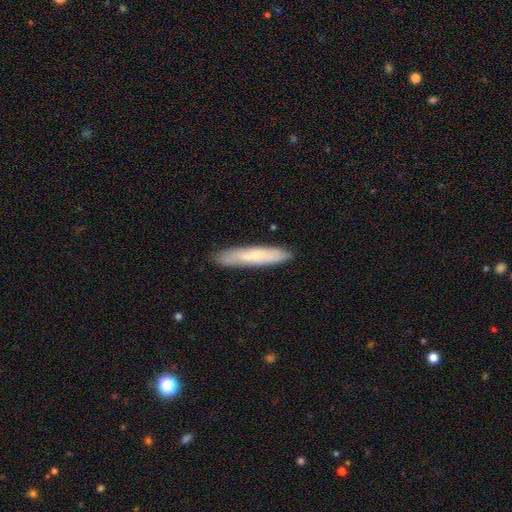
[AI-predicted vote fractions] A smooth galaxy with no disk features (65%) that is cigar-shaped (89%). Merging: none (87%).